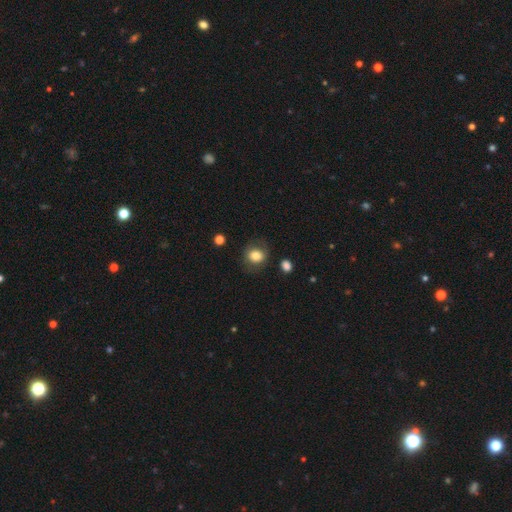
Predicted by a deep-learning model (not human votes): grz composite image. It shows a smooth galaxy with no disk features (80%) that is round (67%). Merging: none (77%).